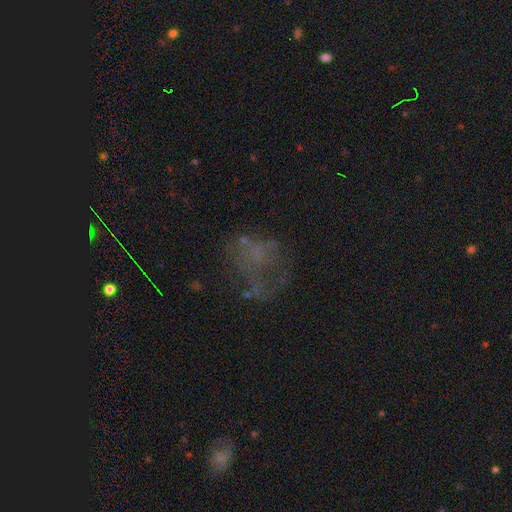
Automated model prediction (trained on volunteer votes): Smooth or featured: featured or disk — 41% (smooth — 31%)
Merging: none — 48% (major disturbance — 31%)